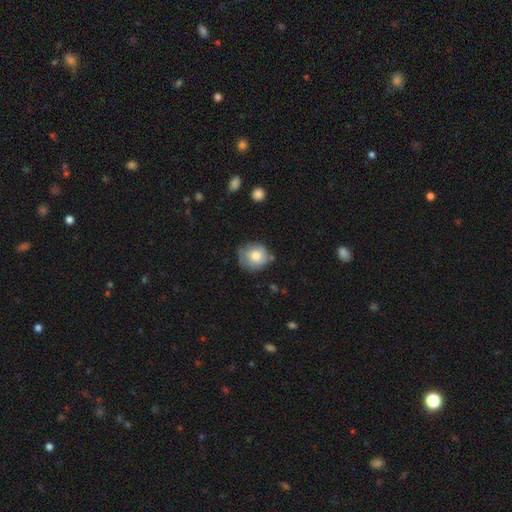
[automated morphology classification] The model was most divided on "merging": none: 63%, minor disturbance: 27%, major disturbance: 7%, merger: 4%. More confident: how rounded — round (86%); smooth or featured — smooth (72%).